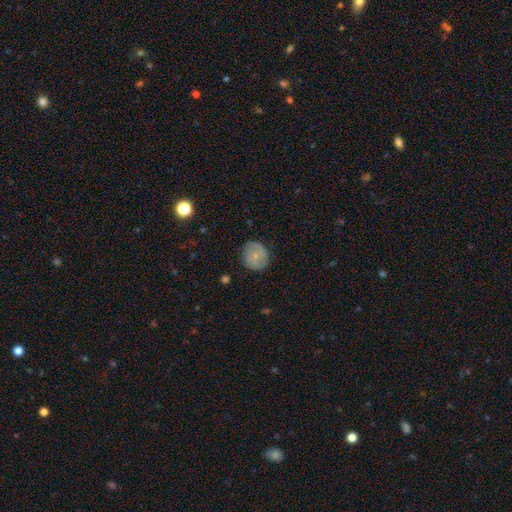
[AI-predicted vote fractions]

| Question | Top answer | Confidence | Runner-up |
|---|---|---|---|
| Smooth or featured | smooth | 61% | featured or disk (32%) |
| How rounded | round | 84% | in between (15%) |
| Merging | none | 79% | minor disturbance (16%) |